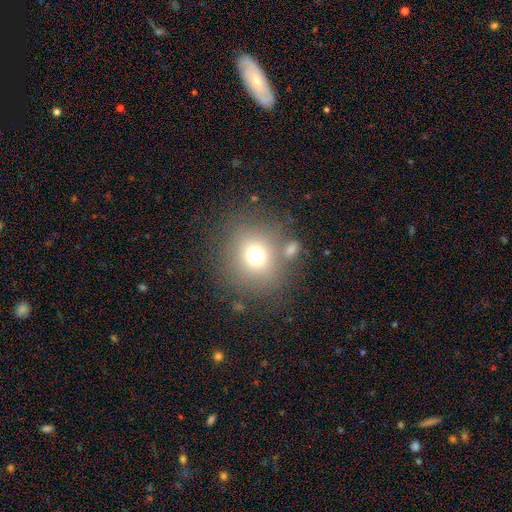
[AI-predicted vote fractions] smooth 72%, star or artifact 15%, featured or disk 13%. Down the decision tree: how rounded — round (84%); merging — none (73%).